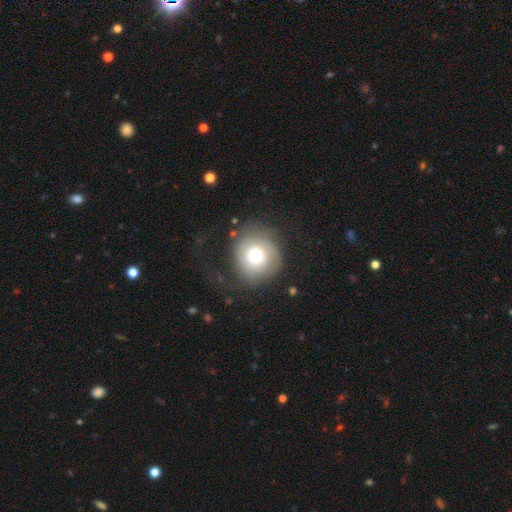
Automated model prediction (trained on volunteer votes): Smooth or featured?
  - smooth: 69% *
  - featured or disk: 20%
  - star or artifact: 11%
How rounded?
  - round: 89% *
  - in between: 10%
  - cigar-shaped: 1%
Merging?
  - none: 68% *
  - minor disturbance: 18%
  - major disturbance: 13%
  - merger: 2%